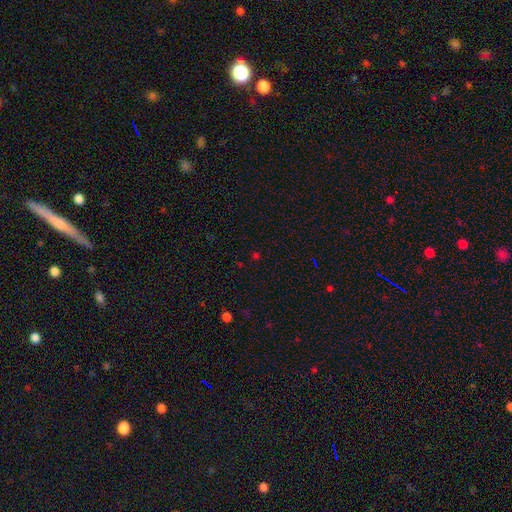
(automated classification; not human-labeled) Overall: star or artifact (55%; smooth 39%).